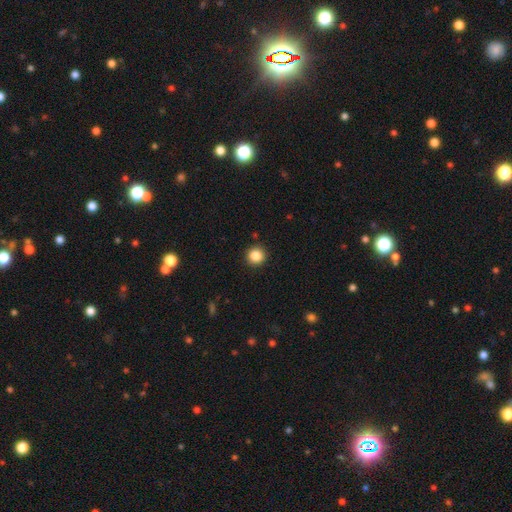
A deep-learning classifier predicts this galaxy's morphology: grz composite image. It shows a smooth galaxy with no disk features (86%) that is round (94%). Merging: none (92%).